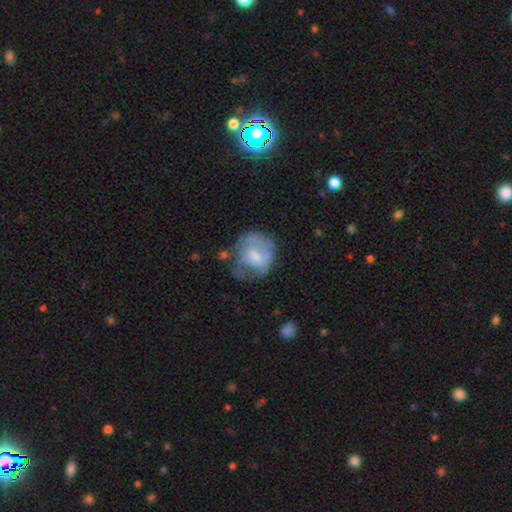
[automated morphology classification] This appears to be a smooth galaxy with no disk features (50%) that is round (67%). Merging: none (40%).